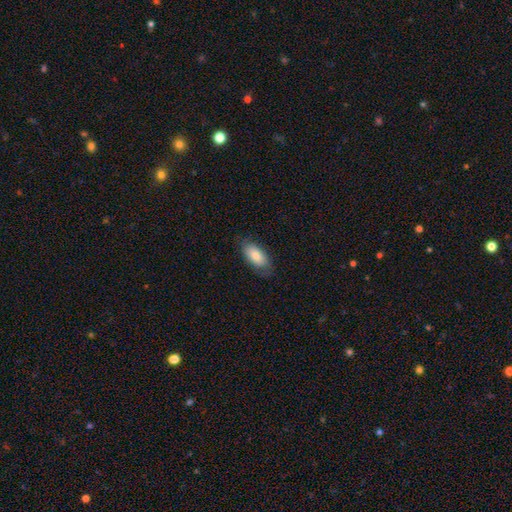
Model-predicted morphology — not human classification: A smooth galaxy with no disk features (81%) that is in between round and cigar-shaped (92%).

Vote fractions:
- Smooth or featured? smooth: 81% / featured or disk: 13% / star or artifact: 6%
- How rounded? in between: 92% / cigar-shaped: 6% / round: 3%
- Merging? none: 76% / minor disturbance: 18% / major disturbance: 4% / merger: 1%